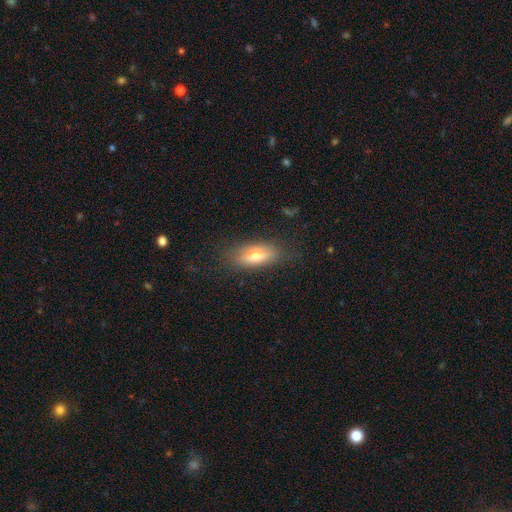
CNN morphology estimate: Q: Smooth or featured?
A: smooth (64%); runner-up: featured or disk (28%)
Q: How rounded?
A: in between (71%); runner-up: cigar-shaped (26%)
Q: Merging?
A: none (80%); runner-up: minor disturbance (15%)